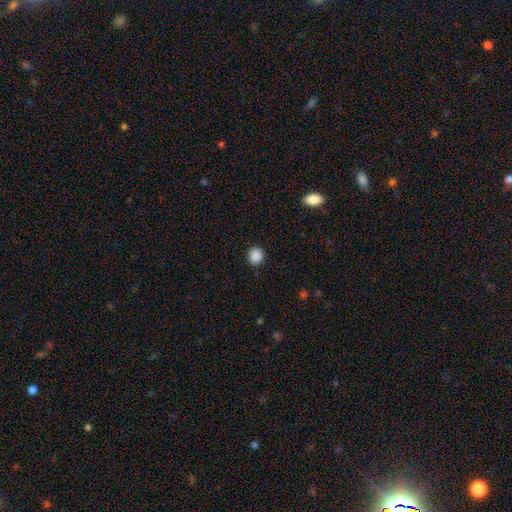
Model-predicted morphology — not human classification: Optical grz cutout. It shows a smooth galaxy with no disk features (89%) that is round (77%). Merging: none (89%).